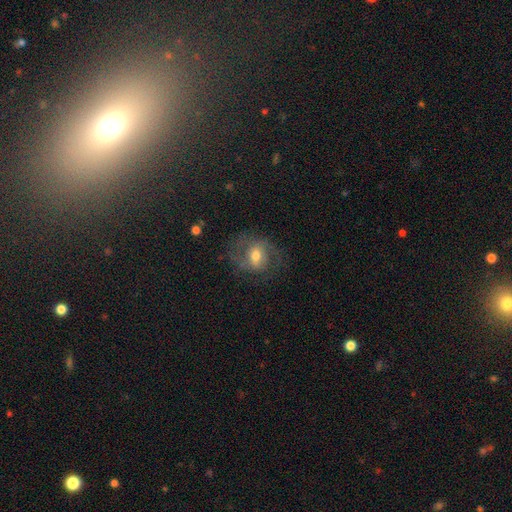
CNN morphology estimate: Q: Smooth or featured?
A: featured or disk (61%); runner-up: smooth (27%)
Q: Edge-on disk?
A: no (96%); runner-up: yes (4%)
Q: Bar?
A: weak (46%); runner-up: no (35%)
Q: Spiral arms?
A: yes (82%); runner-up: no (18%)
Q: Bulge size?
A: moderate (68%); runner-up: small (21%)
Q: Merging?
A: none (65%); runner-up: minor disturbance (18%)